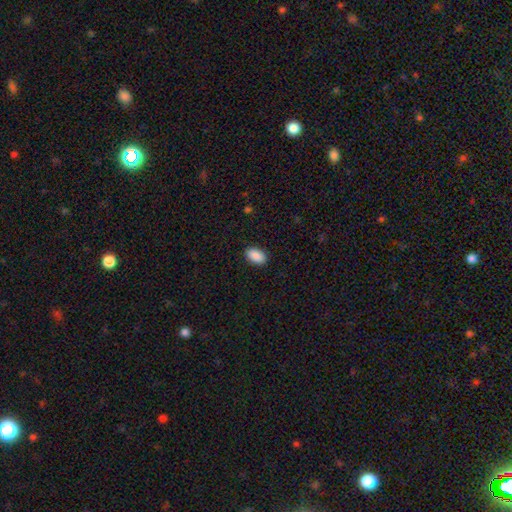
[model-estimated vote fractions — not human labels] Morphology: type=smooth (90%); roundness=in between (93%); merging=none (90%).